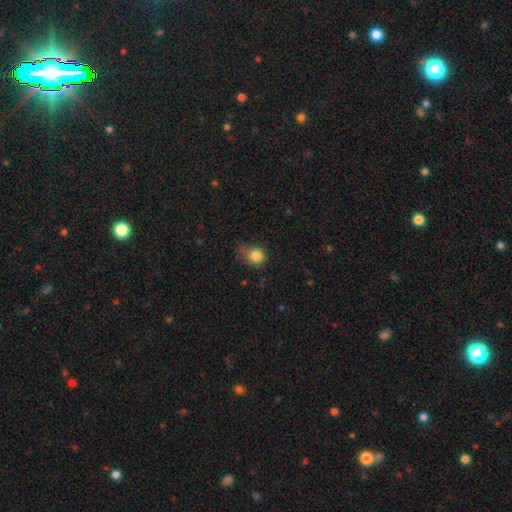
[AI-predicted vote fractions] Smooth or featured: smooth — 83% (star or artifact — 11%)
How rounded: round — 79% (in between — 20%)
Merging: none — 47% (minor disturbance — 33%)